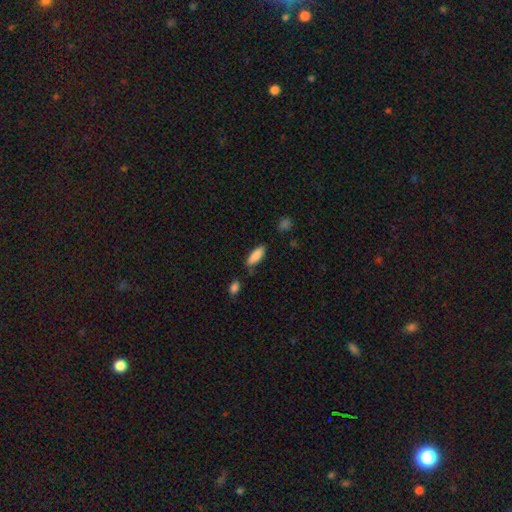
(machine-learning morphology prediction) smooth 87%, featured or disk 7%, star or artifact 6%. Down the decision tree: how rounded — in between (62%); merging — none (78%).